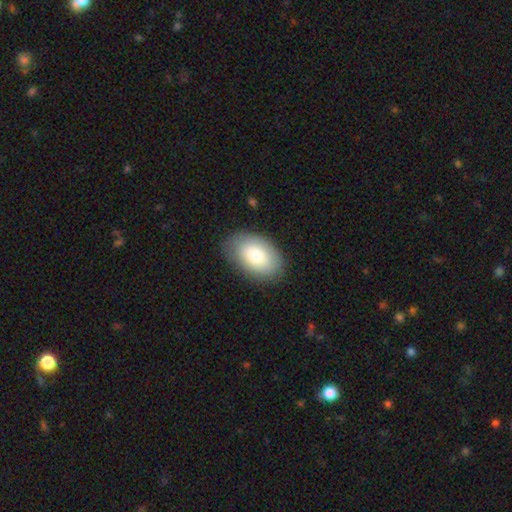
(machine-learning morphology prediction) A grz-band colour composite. It shows a smooth galaxy with no disk features (80%) that is in between round and cigar-shaped (91%). Merging: none (83%).